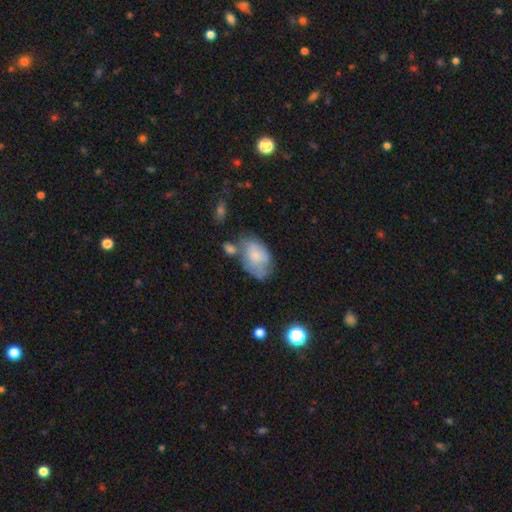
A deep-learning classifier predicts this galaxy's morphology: smooth 58%, featured or disk 35%, star or artifact 8%. Down the decision tree: how rounded — in between (89%); merging — none (41%).